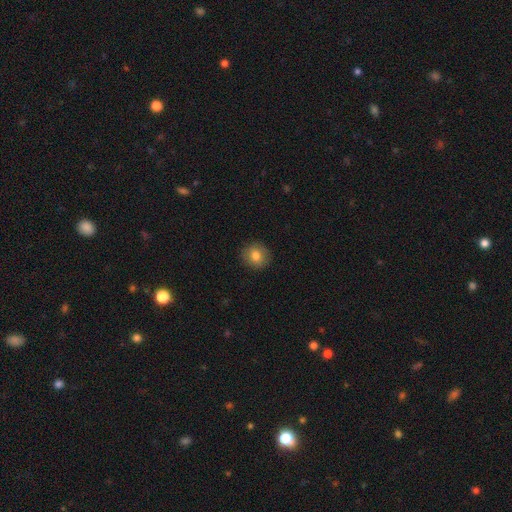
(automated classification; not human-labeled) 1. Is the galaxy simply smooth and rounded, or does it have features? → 81% smooth, 9% star or artifact, 9% featured or disk.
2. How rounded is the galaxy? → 89% round, 10% in between, 1% cigar-shaped.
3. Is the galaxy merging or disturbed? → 91% none, 7% minor disturbance, 2% major disturbance, 1% merger.